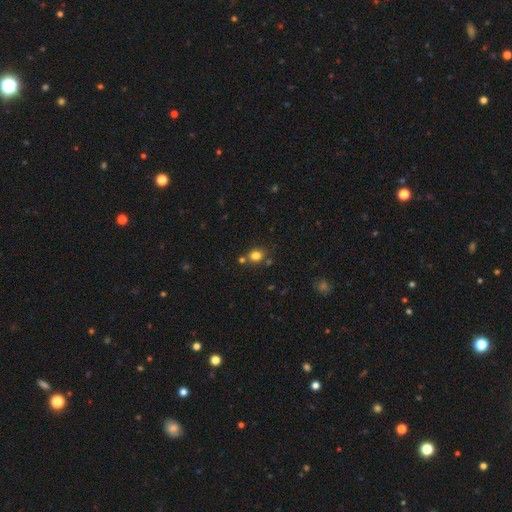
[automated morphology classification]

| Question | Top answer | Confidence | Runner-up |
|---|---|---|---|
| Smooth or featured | smooth | 80% | star or artifact (14%) |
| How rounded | round | 67% | in between (32%) |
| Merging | none | 69% | merger (15%) |